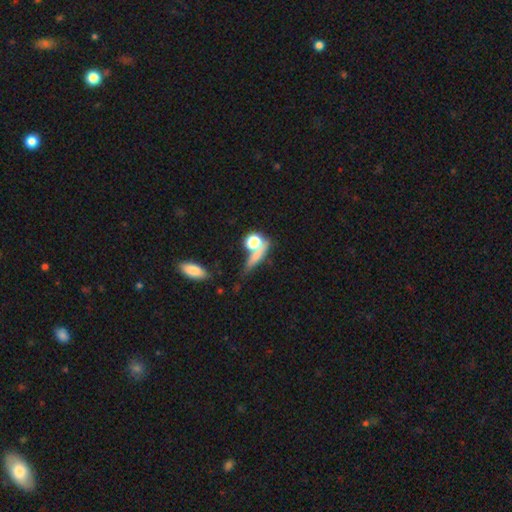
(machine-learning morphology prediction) Smooth or featured: smooth — 65% (star or artifact — 18%)
How rounded: cigar-shaped — 38% (round — 37%)
Merging: none — 54% (merger — 21%)